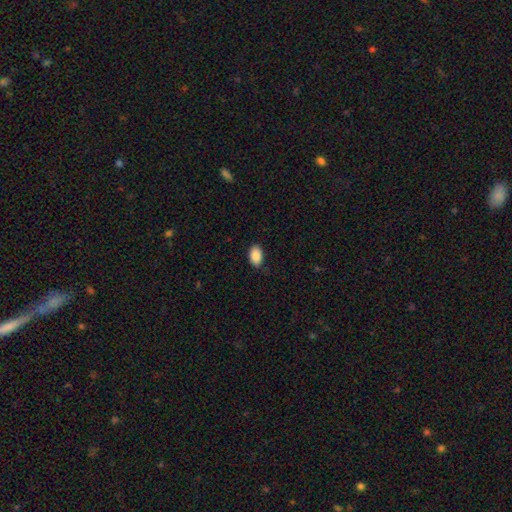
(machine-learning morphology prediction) Smooth or featured? smooth (89%)
How rounded? in between (91%)
Merging? none (80%)